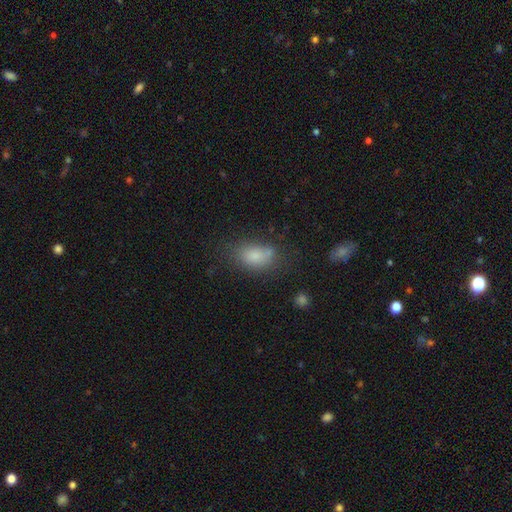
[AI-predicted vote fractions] smooth 79%, star or artifact 11%, featured or disk 10%. Down the decision tree: how rounded — in between (84%); merging — none (56%).